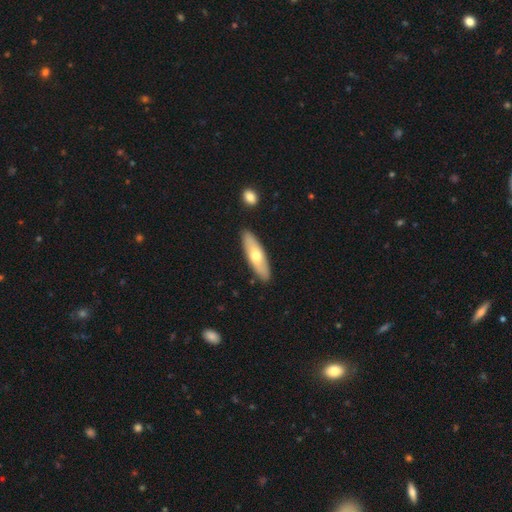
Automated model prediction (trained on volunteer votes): Smooth or featured? smooth (57%)
How rounded? cigar-shaped (49%)
Merging? none (88%)